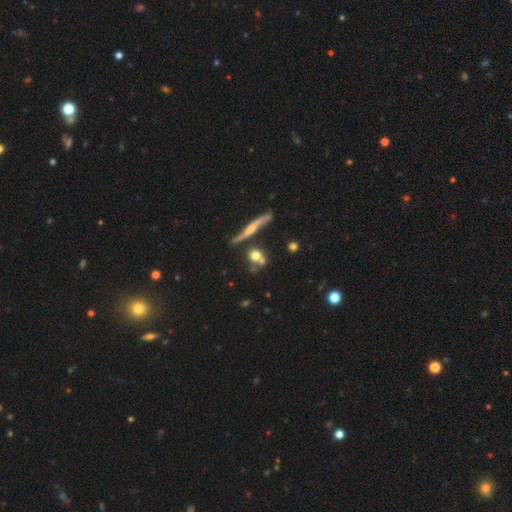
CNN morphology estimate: This appears to be a smooth galaxy with no disk features (64%) that is round (75%). Merging: none (53%).